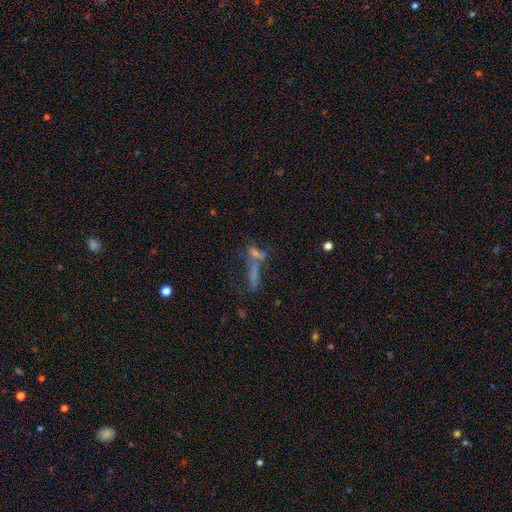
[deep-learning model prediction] A smooth galaxy with no disk features (51%) that is cigar-shaped (45%, tied with in between). Merging: merger (46%).